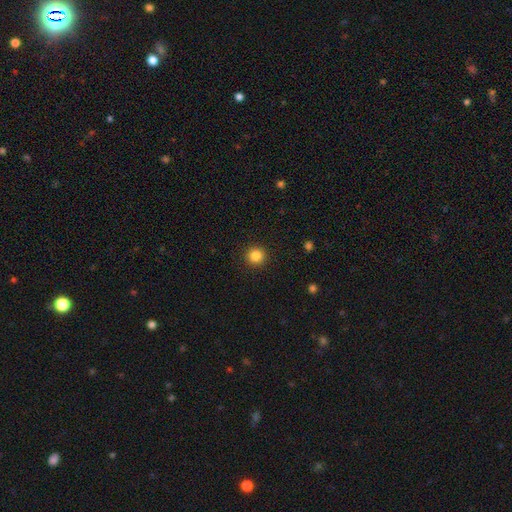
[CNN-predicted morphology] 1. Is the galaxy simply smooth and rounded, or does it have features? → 84% smooth, 11% star or artifact, 4% featured or disk.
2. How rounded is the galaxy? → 95% round, 4% in between, 1% cigar-shaped.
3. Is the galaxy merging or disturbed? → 92% none, 5% minor disturbance, 2% major disturbance, 1% merger.